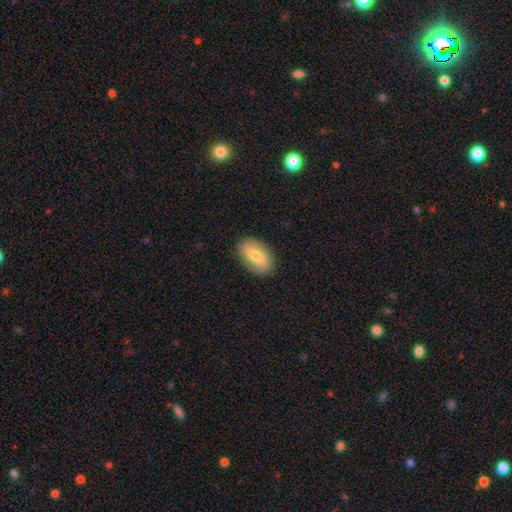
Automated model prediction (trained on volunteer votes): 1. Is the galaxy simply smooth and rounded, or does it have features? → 59% smooth, 34% featured or disk, 6% star or artifact.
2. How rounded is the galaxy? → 90% in between, 7% round, 3% cigar-shaped.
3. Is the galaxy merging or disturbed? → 87% none, 10% minor disturbance, 3% major disturbance, 1% merger.